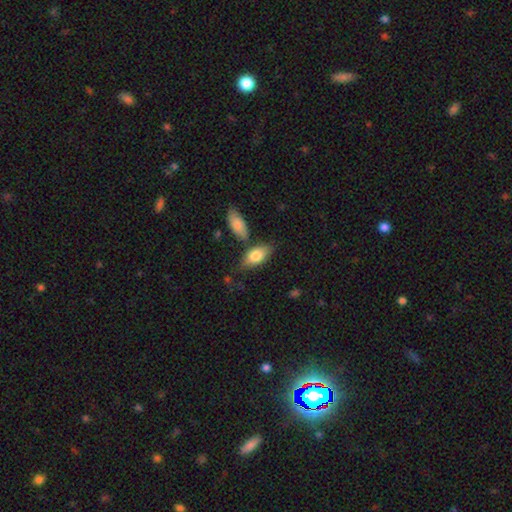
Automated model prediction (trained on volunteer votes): This appears to be a smooth galaxy with no disk features (78%) that is in between round and cigar-shaped (88%). Merging: none (62%).